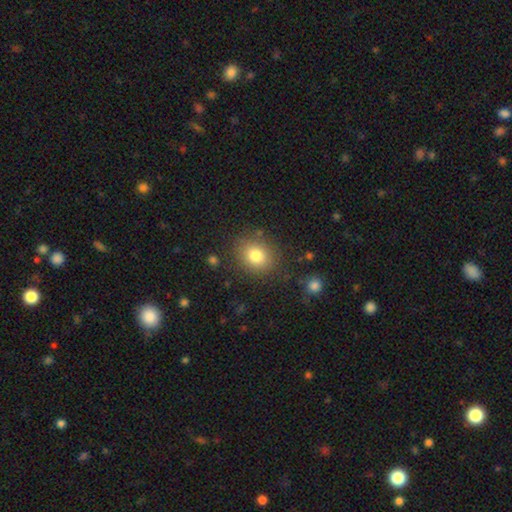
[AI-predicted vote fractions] A smooth galaxy with no disk features (80%) that is round (70%). Merging: none (84%).